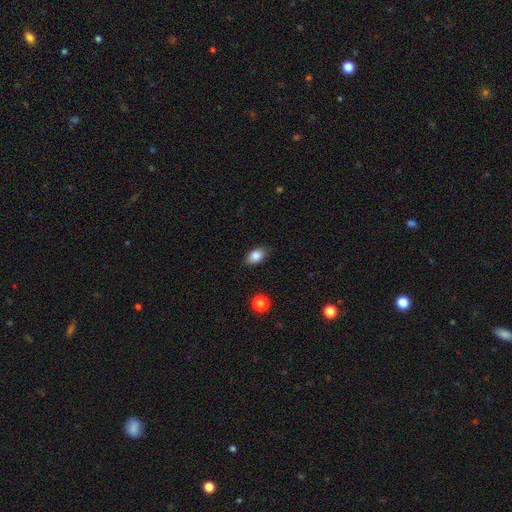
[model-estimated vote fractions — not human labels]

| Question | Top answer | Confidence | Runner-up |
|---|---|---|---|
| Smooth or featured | smooth | 85% | star or artifact (9%) |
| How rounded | in between | 87% | round (11%) |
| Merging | none | 85% | minor disturbance (11%) |